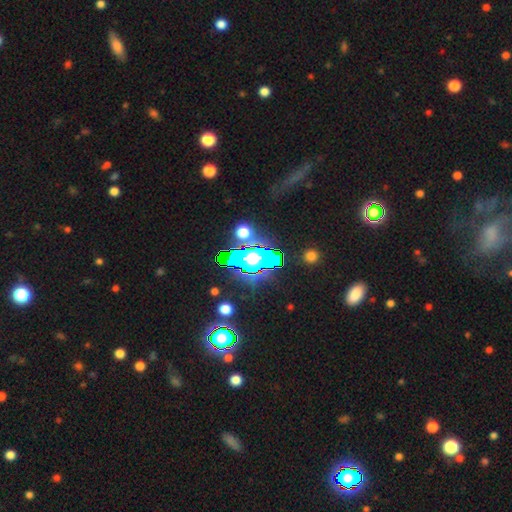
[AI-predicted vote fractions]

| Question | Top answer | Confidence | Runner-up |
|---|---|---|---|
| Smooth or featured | star or artifact | 77% | smooth (12%) |